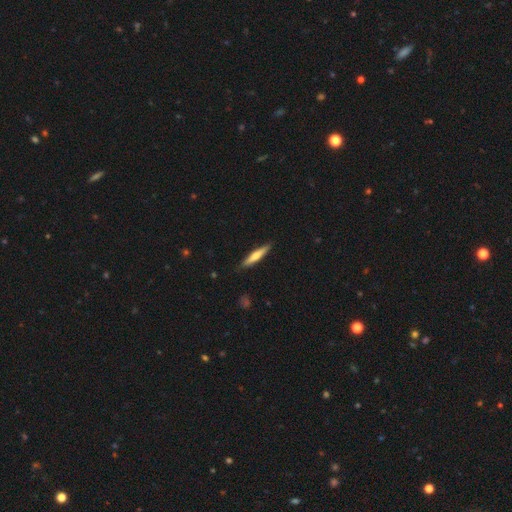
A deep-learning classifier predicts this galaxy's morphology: Smooth or featured? smooth (53%)
How rounded? cigar-shaped (89%)
Merging? none (89%)